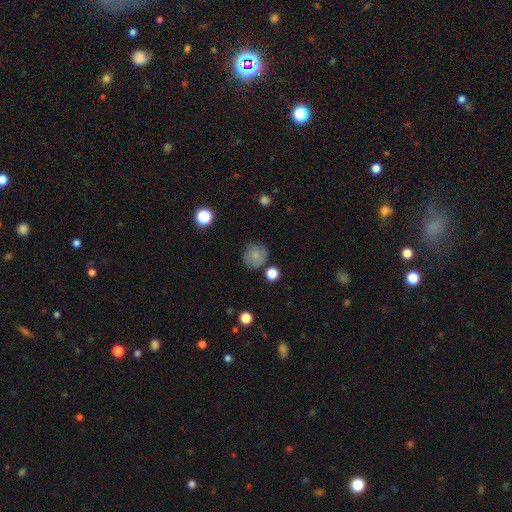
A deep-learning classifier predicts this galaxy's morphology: Smooth or featured?
  - smooth: 74% *
  - featured or disk: 15%
  - star or artifact: 11%
How rounded?
  - round: 83% *
  - in between: 16%
  - cigar-shaped: 1%
Merging?
  - none: 70% *
  - minor disturbance: 20%
  - major disturbance: 6%
  - merger: 4%